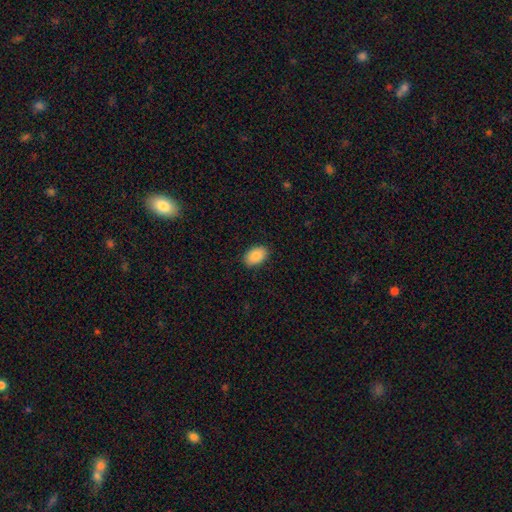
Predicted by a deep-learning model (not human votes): This appears to be a smooth galaxy with no disk features (87%) that is in between round and cigar-shaped (92%). Merging: none (89%).